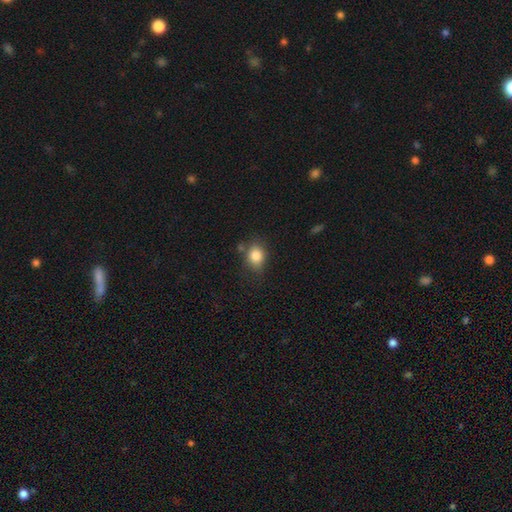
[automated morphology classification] This is clearly a smooth galaxy (84%). How rounded: possibly in between (49%, tied with round). Merging: likely none (68%).